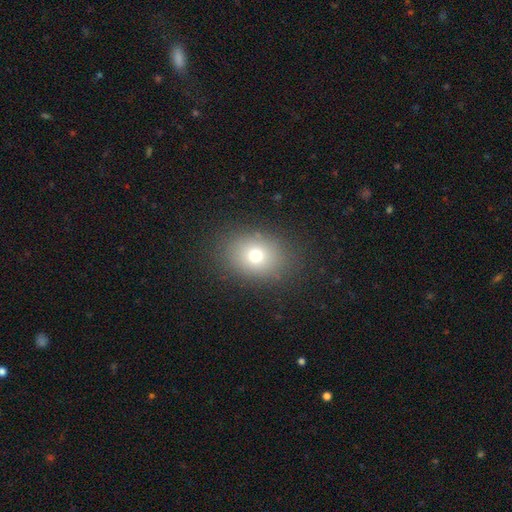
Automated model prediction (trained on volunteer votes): The model was most divided on "how rounded": in between: 56%, round: 43%, cigar-shaped: 1%. More confident: merging — none (85%); smooth or featured — smooth (73%).